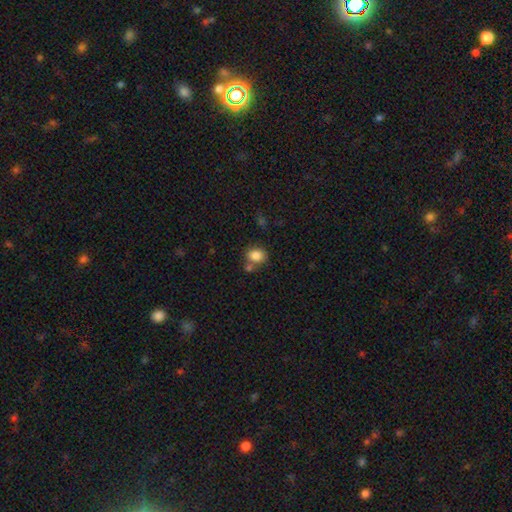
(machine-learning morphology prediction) This is clearly a smooth galaxy (84%). How rounded: possibly round (51%). Merging: likely none (61%).